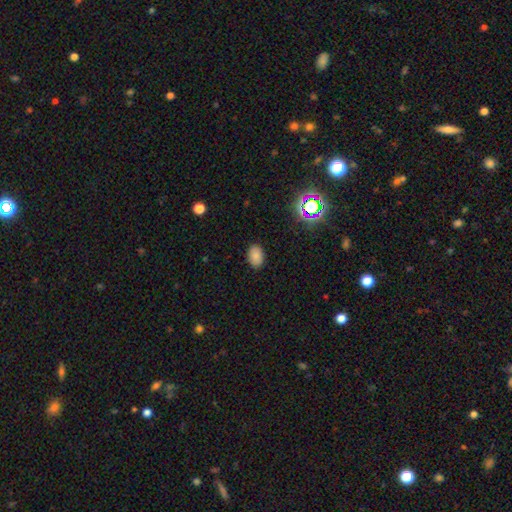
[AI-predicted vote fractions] Smooth or featured?
  - smooth: 81% *
  - star or artifact: 14%
  - featured or disk: 5%
How rounded?
  - in between: 84% *
  - round: 14%
  - cigar-shaped: 1%
Merging?
  - none: 87% *
  - minor disturbance: 9%
  - major disturbance: 3%
  - merger: 1%